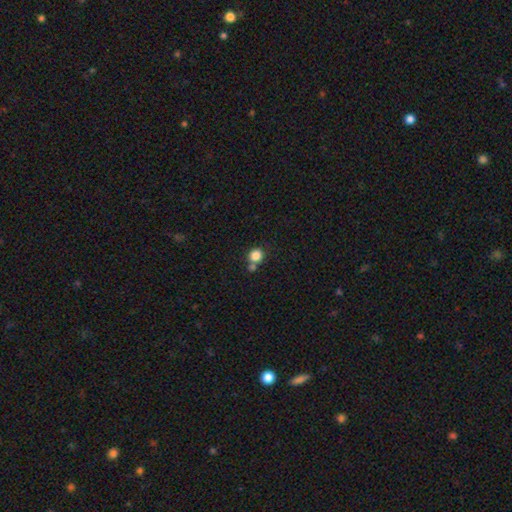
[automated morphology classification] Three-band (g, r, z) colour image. It shows a smooth galaxy with no disk features (83%) that is round (89%). Merging: none (59%).